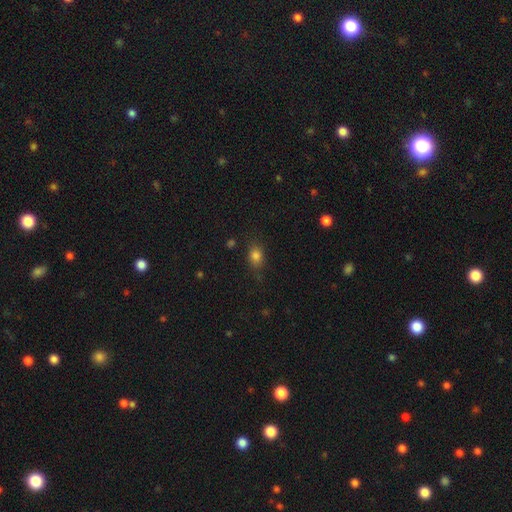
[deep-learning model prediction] A smooth galaxy with no disk features (81%) that is in between round and cigar-shaped (60%). Merging: none (75%).